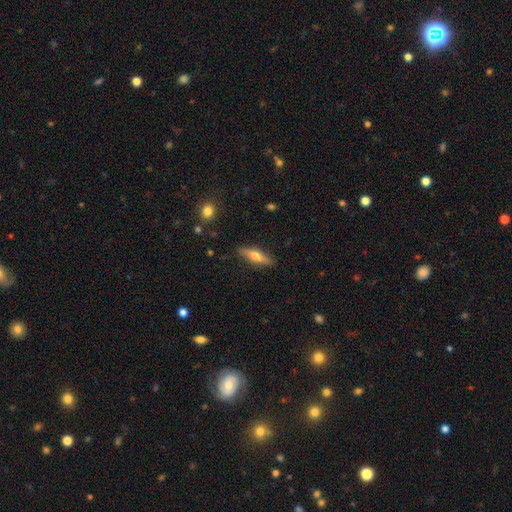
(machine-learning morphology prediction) Smooth or featured: smooth — 55% (featured or disk — 38%)
How rounded: cigar-shaped — 67% (in between — 31%)
Merging: none — 87% (minor disturbance — 10%)